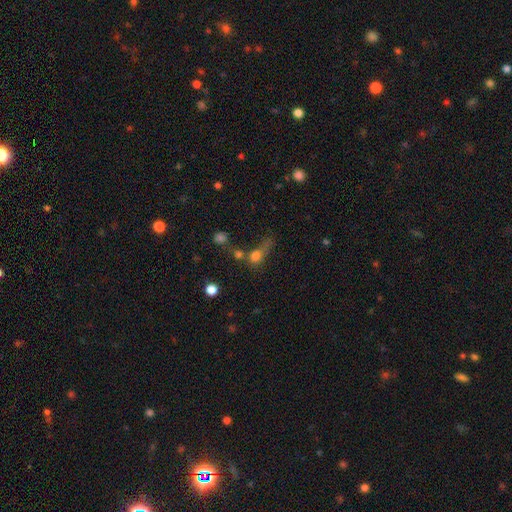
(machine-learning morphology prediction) Smooth or featured? smooth (71%)
How rounded? round (59%)
Merging? merger (34%)